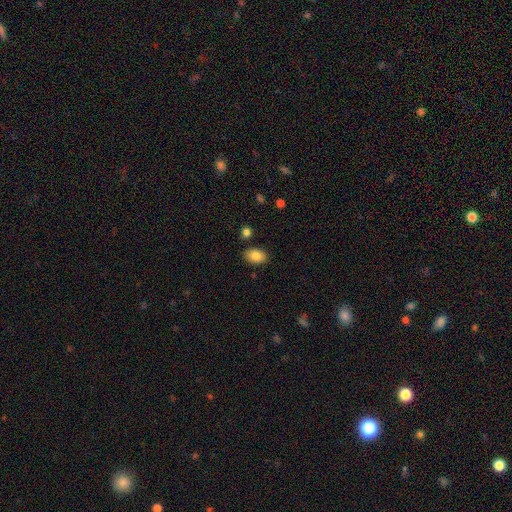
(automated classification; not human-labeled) Q: Smooth or featured?
A: smooth (85%); runner-up: star or artifact (8%)
Q: How rounded?
A: in between (85%); runner-up: round (13%)
Q: Merging?
A: none (84%); runner-up: minor disturbance (10%)